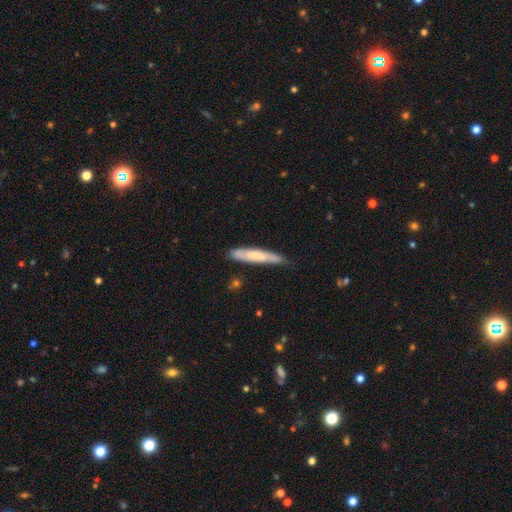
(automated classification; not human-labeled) A smooth galaxy with no disk features (63%) that is cigar-shaped (89%).

Vote fractions:
- Smooth or featured? smooth: 63% / featured or disk: 31% / star or artifact: 6%
- How rounded? cigar-shaped: 89% / in between: 10% / round: 1%
- Merging? none: 70% / minor disturbance: 24% / major disturbance: 4% / merger: 2%